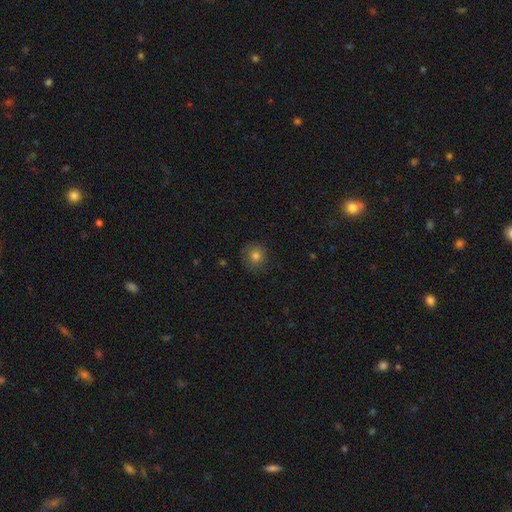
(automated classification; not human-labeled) smooth_or_featured: smooth (p=0.79) [alt: star or artifact p=0.13]
how_rounded: round (p=0.90) [alt: in between p=0.09]
merging: none (p=0.85) [alt: minor disturbance p=0.11]